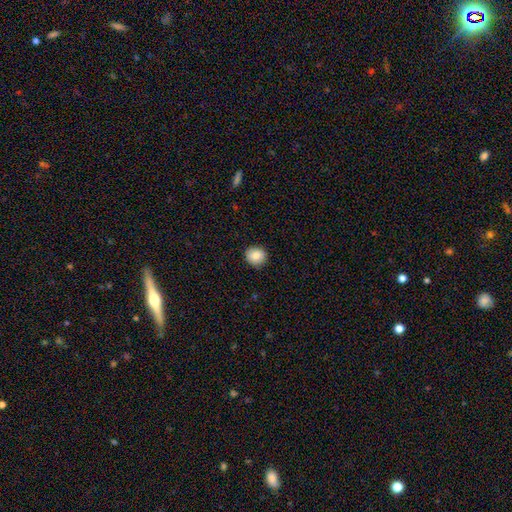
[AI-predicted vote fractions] Smooth or featured?
  - smooth: 87% *
  - star or artifact: 8%
  - featured or disk: 5%
How rounded?
  - round: 82% *
  - in between: 17%
  - cigar-shaped: 1%
Merging?
  - none: 89% *
  - minor disturbance: 8%
  - major disturbance: 2%
  - merger: 1%